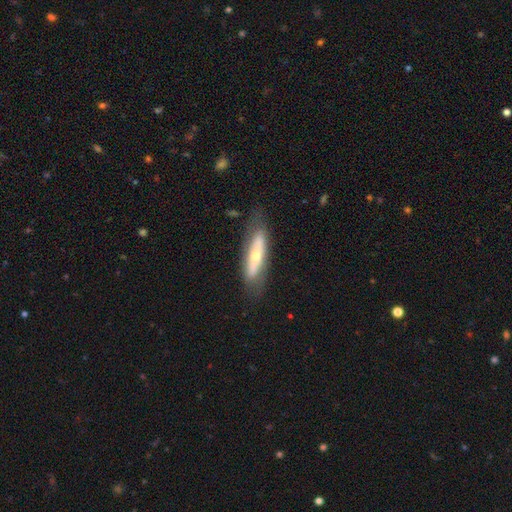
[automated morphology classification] Smooth or featured?
  - featured or disk: 52% *
  - smooth: 42%
  - star or artifact: 6%
Edge-on disk?
  - no: 52% *
  - yes: 48%
Merging?
  - none: 72% *
  - minor disturbance: 18%
  - major disturbance: 8%
  - merger: 2%